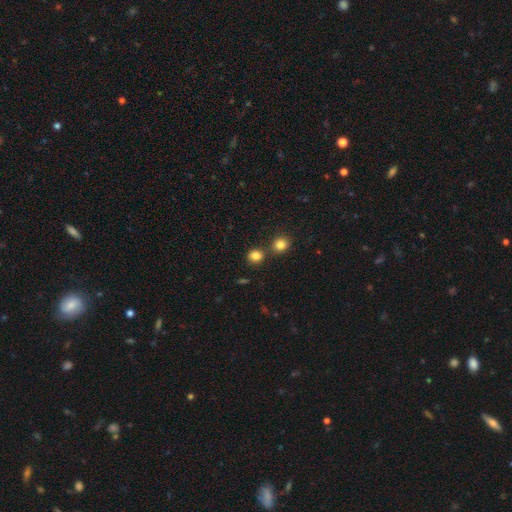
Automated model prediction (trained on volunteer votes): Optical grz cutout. It shows a smooth galaxy with no disk features (83%) that is round (79%). Merging: none (72%).